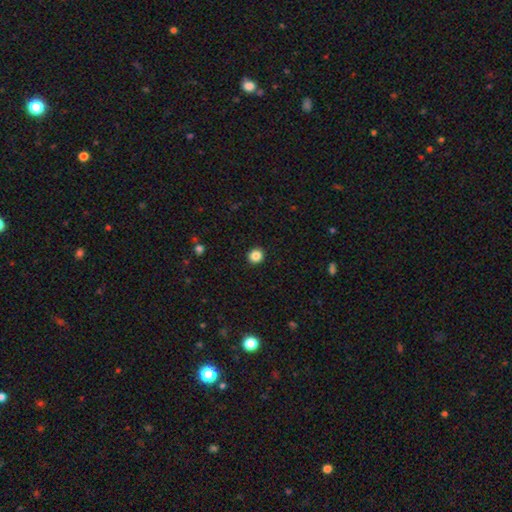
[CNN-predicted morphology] Smooth or featured: smooth — 86% (star or artifact — 11%)
How rounded: round — 90% (in between — 9%)
Merging: none — 93% (minor disturbance — 4%)